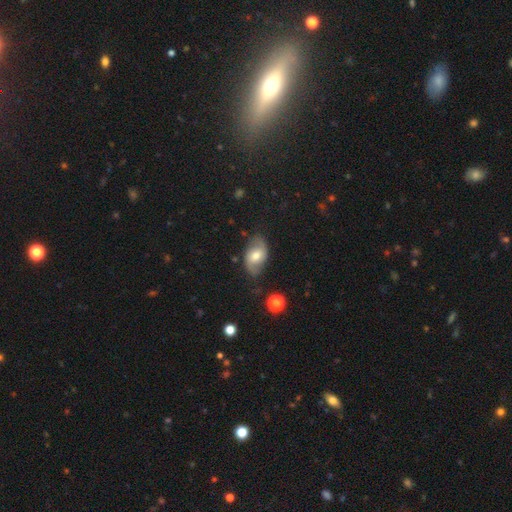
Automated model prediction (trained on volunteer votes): Smooth or featured: featured or disk — 47% (smooth — 45%)
Merging: none — 71% (minor disturbance — 21%)